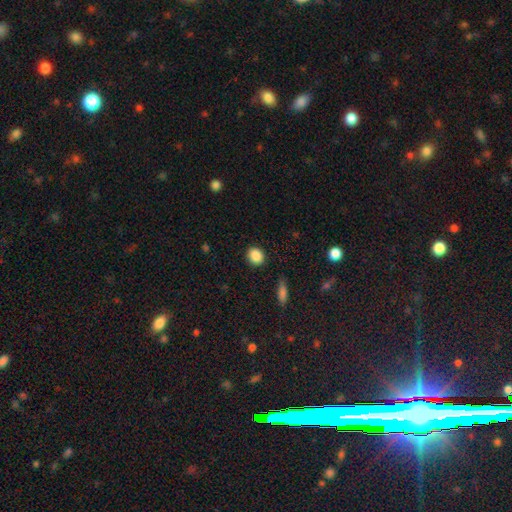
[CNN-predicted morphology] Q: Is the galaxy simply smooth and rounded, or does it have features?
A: smooth — 88%.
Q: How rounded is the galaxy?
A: round — 61%.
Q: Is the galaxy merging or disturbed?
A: none — 89%.